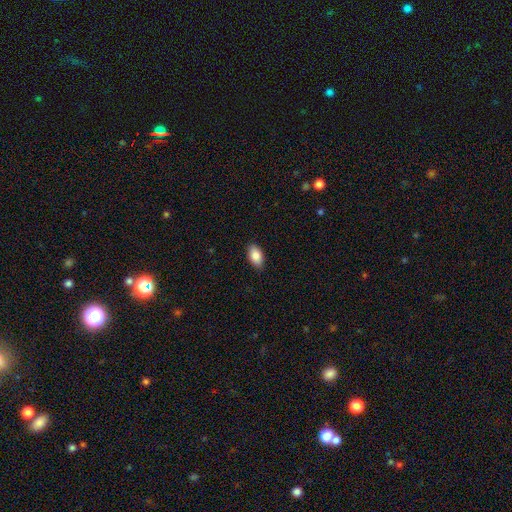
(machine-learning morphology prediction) type=smooth (86%); roundness=in between (92%); merging=none (86%).